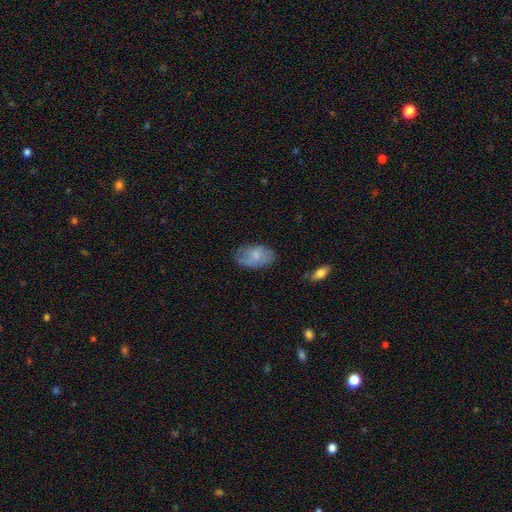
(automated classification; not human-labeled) The model was most divided on "smooth or featured": smooth: 62%, featured or disk: 30%, star or artifact: 7%. More confident: how rounded — in between (91%); merging — none (63%).